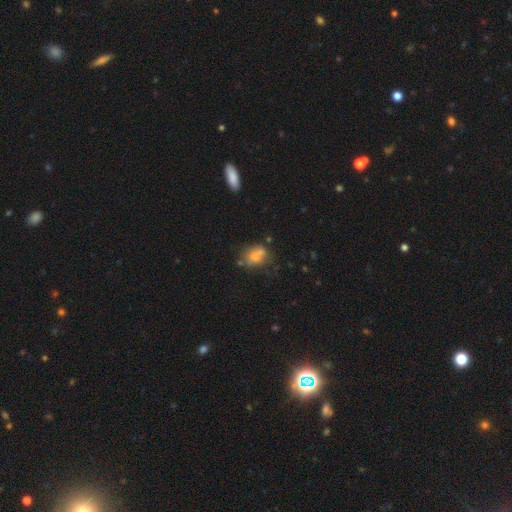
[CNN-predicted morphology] Smooth or featured? Predicted: smooth (p=0.63). How rounded? Predicted: in between (p=0.59). Merging? Predicted: none (p=0.40).